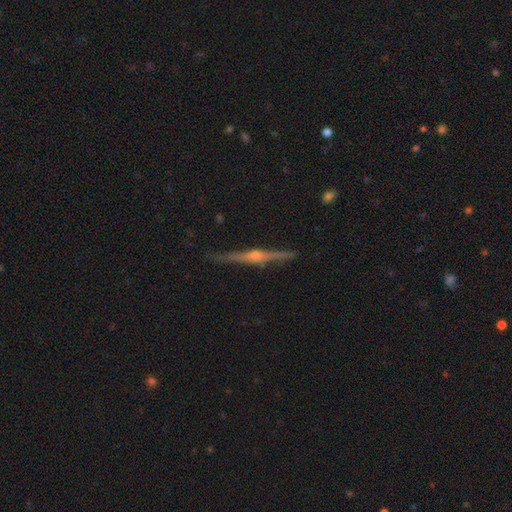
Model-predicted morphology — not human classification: smooth-or-featured: featured or disk: 86% | smooth: 8% | star or artifact: 6%
  disk-edge-on: yes: 98% | no: 2%
    edge-on-bulge: rounded: 89% | none: 6% | boxy: 5%
  merging: none: 90% | minor disturbance: 7% | major disturbance: 1% | merger: 1%